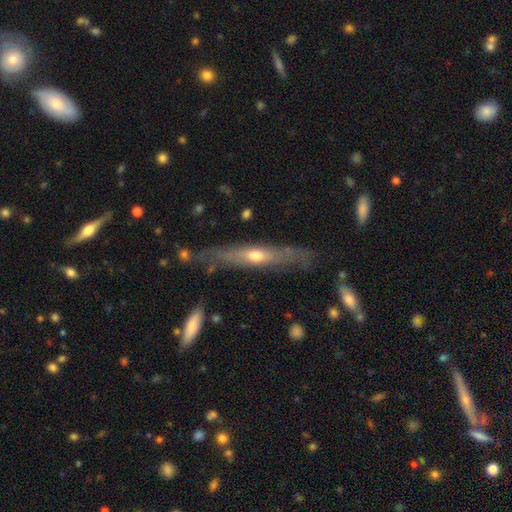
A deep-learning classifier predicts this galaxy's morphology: The model was most divided on "smooth or featured": featured or disk: 65%, smooth: 30%, star or artifact: 6%. More confident: edge-on disk — yes (82%); edge-on bulge — rounded (75%); merging — none (75%).